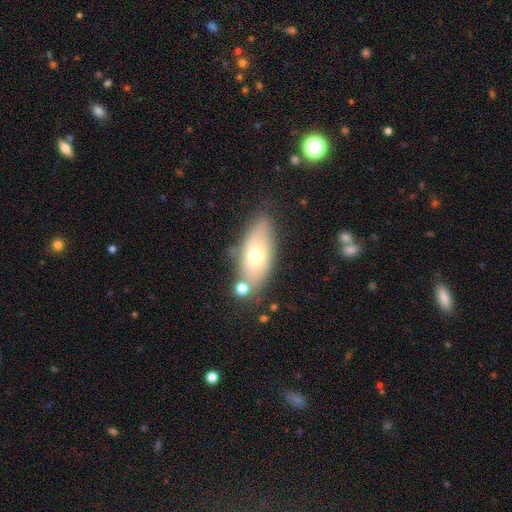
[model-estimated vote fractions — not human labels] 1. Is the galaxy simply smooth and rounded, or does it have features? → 62% smooth, 30% featured or disk, 8% star or artifact.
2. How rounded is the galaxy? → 79% in between, 17% cigar-shaped, 4% round.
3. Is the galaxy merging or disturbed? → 71% none, 15% minor disturbance, 9% merger, 4% major disturbance.